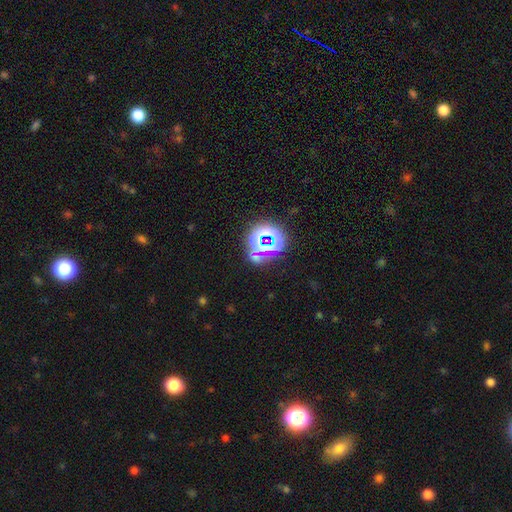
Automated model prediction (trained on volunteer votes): smooth-or-featured: star or artifact: 68% | smooth: 23% | featured or disk: 9%